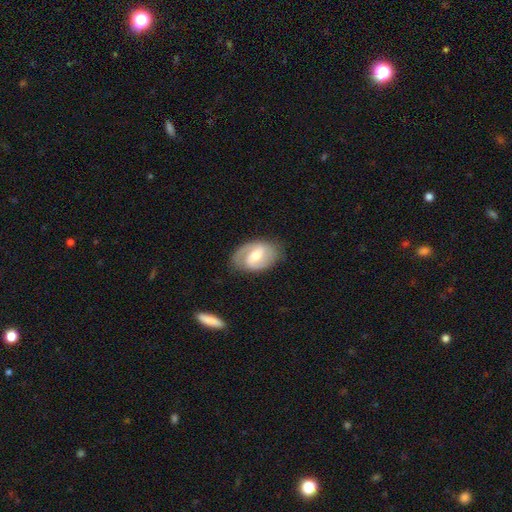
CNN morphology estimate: type=featured or disk (74%); edge-on=no (96%); bar=weak (49%); spiral arms=yes (88%); winding=medium (48%); arm count=2 (84%); bulge=moderate (63%); merging=none (78%).